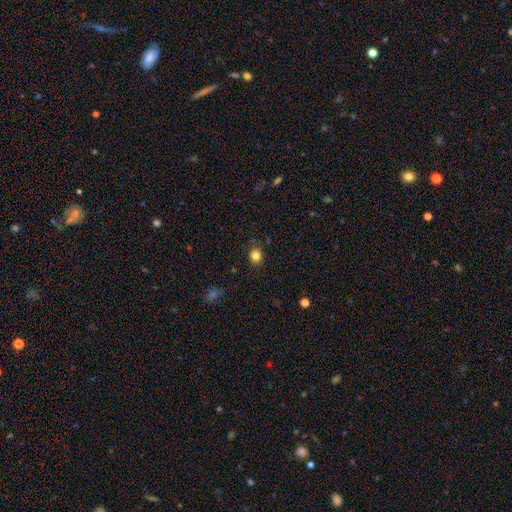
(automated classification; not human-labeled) smooth 83%, star or artifact 12%, featured or disk 5%. Down the decision tree: how rounded — round (77%); merging — none (87%).